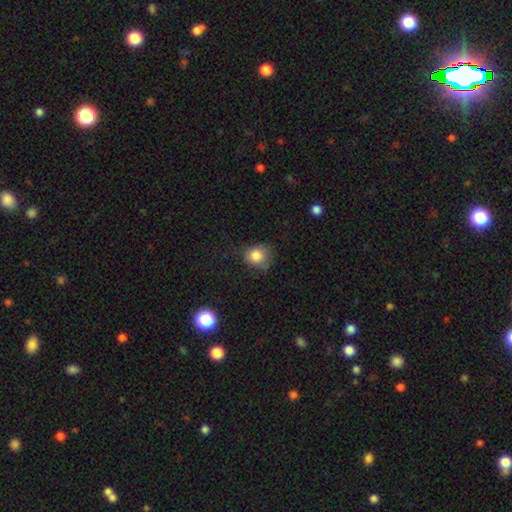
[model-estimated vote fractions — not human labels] A smooth galaxy with no disk features (83%) that is round (77%). Merging: none (61%).